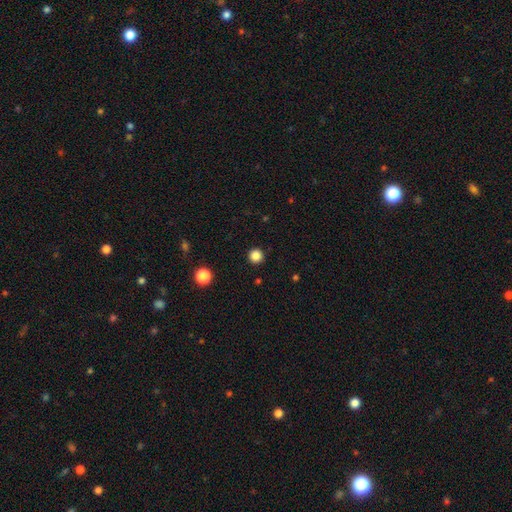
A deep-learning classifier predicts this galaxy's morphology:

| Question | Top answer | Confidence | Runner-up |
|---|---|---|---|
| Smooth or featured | smooth | 85% | star or artifact (12%) |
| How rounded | round | 96% | in between (3%) |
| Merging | none | 93% | minor disturbance (4%) |